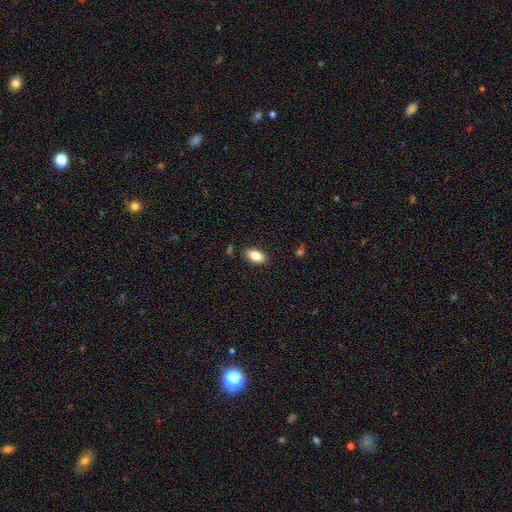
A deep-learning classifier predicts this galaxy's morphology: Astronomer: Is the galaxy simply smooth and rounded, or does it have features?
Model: smooth — 85%.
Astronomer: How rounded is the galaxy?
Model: in between — 92%.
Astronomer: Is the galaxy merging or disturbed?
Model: none — 86%.